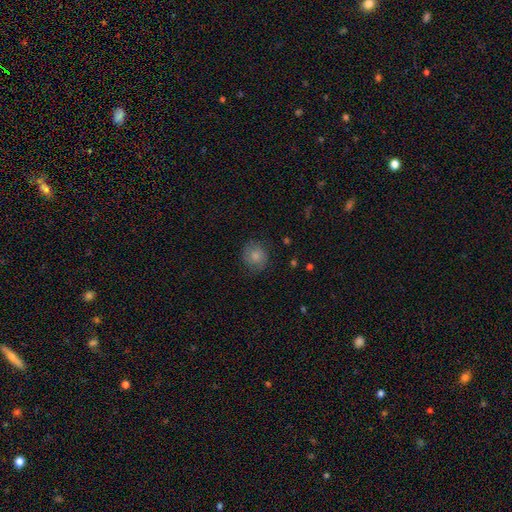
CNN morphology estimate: type=smooth (74%); roundness=round (82%); merging=none (75%).